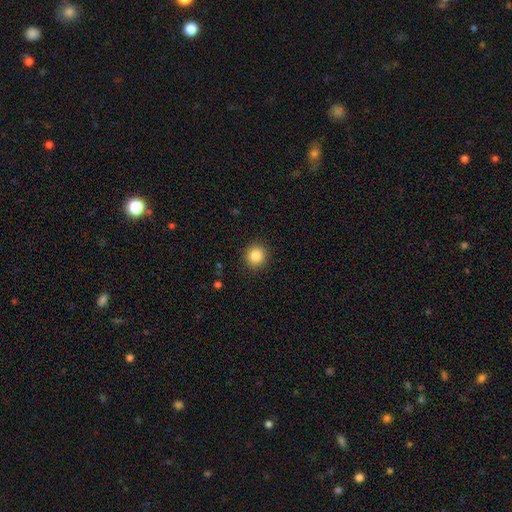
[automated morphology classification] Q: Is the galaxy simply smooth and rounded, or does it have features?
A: smooth — 85%.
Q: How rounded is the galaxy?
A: round — 92%.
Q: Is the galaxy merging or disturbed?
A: none — 90%.